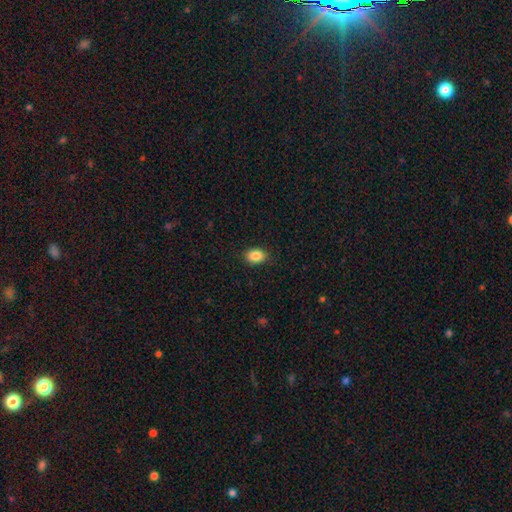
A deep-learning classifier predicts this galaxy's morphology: Smooth or featured?
  - smooth: 87% *
  - star or artifact: 9%
  - featured or disk: 4%
How rounded?
  - in between: 73% *
  - round: 26%
  - cigar-shaped: 1%
Merging?
  - none: 86% *
  - minor disturbance: 10%
  - major disturbance: 2%
  - merger: 1%